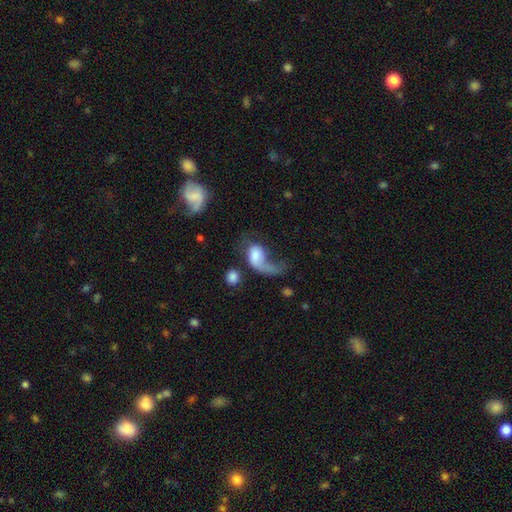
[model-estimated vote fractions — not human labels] A smooth galaxy with no disk features (50%) that is in between round and cigar-shaped (72%). Merging: major disturbance (61%).